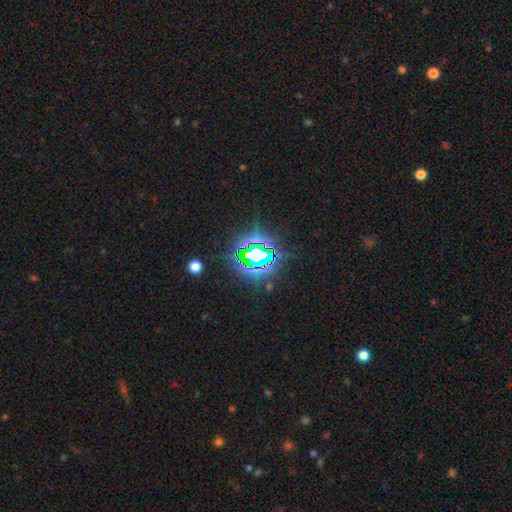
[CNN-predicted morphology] Smooth or featured? star or artifact (78%)